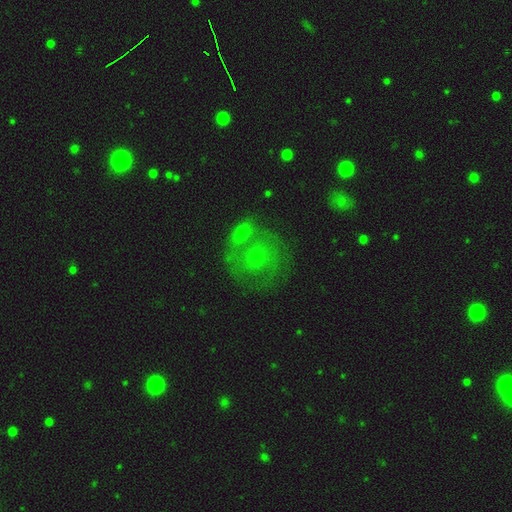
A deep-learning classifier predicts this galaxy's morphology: This is marginally a featured or disk galaxy (42%). Merging: possibly none (51%).